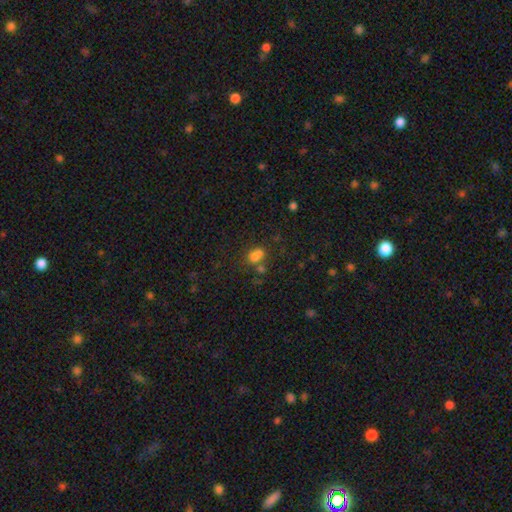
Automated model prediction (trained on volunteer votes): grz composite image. It shows a smooth galaxy with no disk features (74%) that is in between round and cigar-shaped (73%). Merging: none (47%).